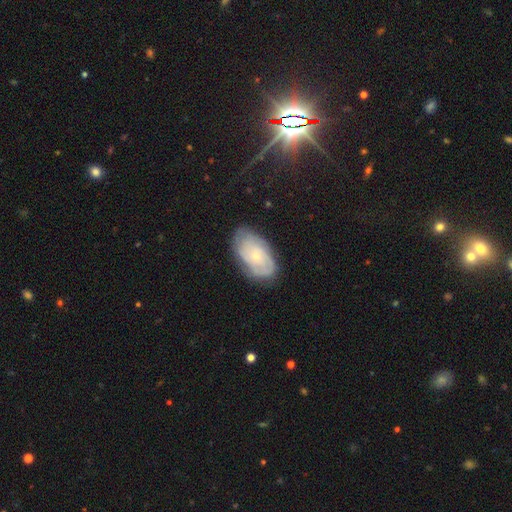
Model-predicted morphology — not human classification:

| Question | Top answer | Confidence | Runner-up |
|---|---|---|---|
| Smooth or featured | featured or disk | 66% | smooth (28%) |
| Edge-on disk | no | 95% | yes (5%) |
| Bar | no | 80% | weak (17%) |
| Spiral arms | yes | 84% | no (16%) |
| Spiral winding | tight | 68% | medium (24%) |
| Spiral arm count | can't tell | 49% | 2 (23%) |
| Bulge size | small | 71% | moderate (25%) |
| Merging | none | 74% | minor disturbance (19%) |